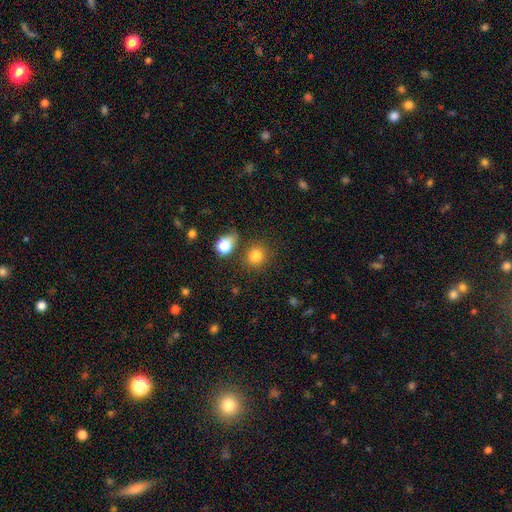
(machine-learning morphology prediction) type=smooth (82%); roundness=round (86%); merging=none (78%).